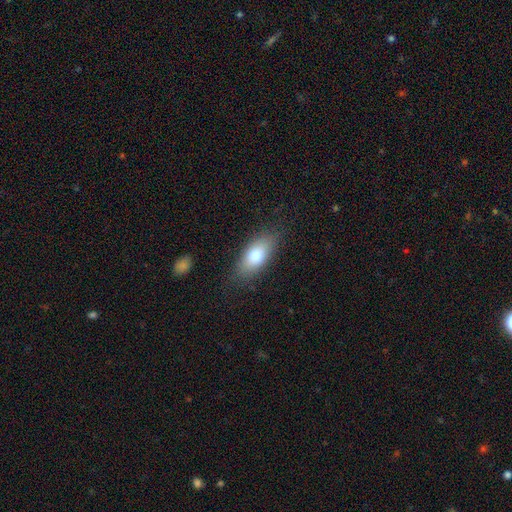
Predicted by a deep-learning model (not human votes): A smooth galaxy with no disk features (77%) that is in between round and cigar-shaped (84%). Merging: none (82%).